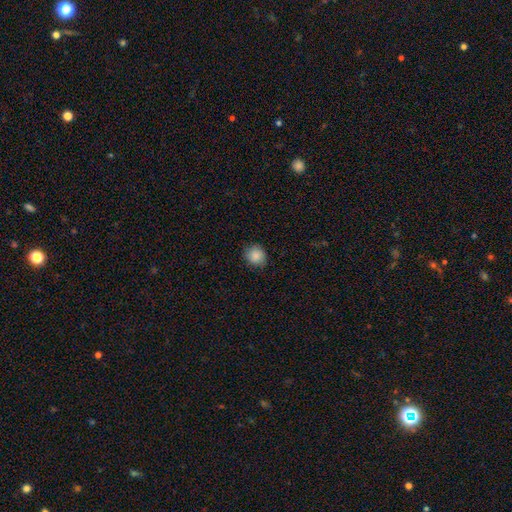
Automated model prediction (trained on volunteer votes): Q: Smooth or featured?
A: smooth (88%); runner-up: star or artifact (9%)
Q: How rounded?
A: round (84%); runner-up: in between (15%)
Q: Merging?
A: none (84%); runner-up: minor disturbance (13%)